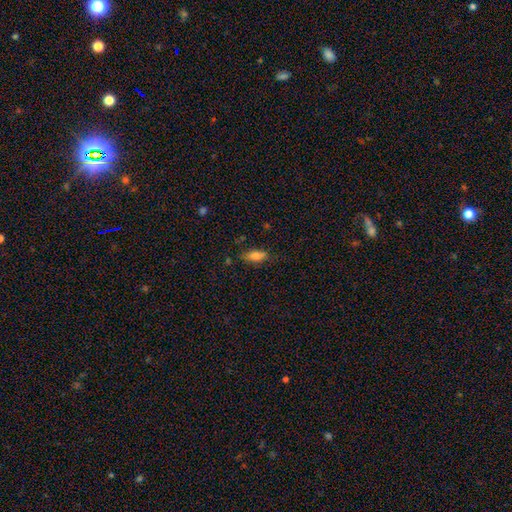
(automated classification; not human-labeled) Smooth or featured?
  - smooth: 77% *
  - featured or disk: 14%
  - star or artifact: 10%
How rounded?
  - in between: 76% *
  - cigar-shaped: 21%
  - round: 3%
Merging?
  - none: 75% *
  - minor disturbance: 18%
  - major disturbance: 4%
  - merger: 3%